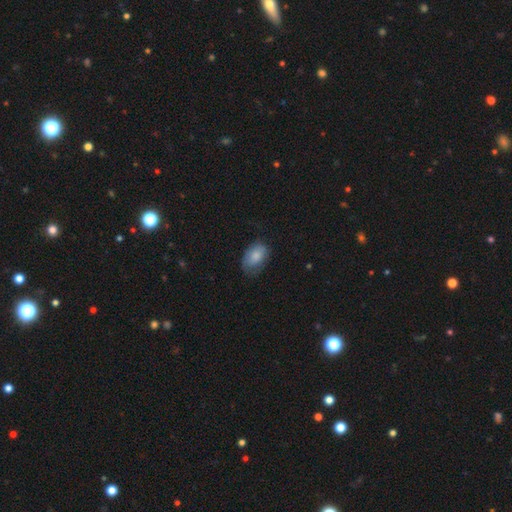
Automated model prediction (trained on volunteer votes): Overall: smooth (83%). How rounded: in between (90%). Merging: none (62%; minor disturbance 28%).